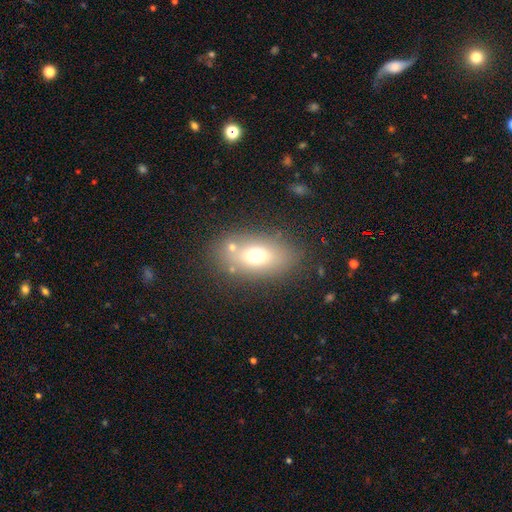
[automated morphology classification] type=smooth (67%); roundness=in between (81%); merging=none (73%).